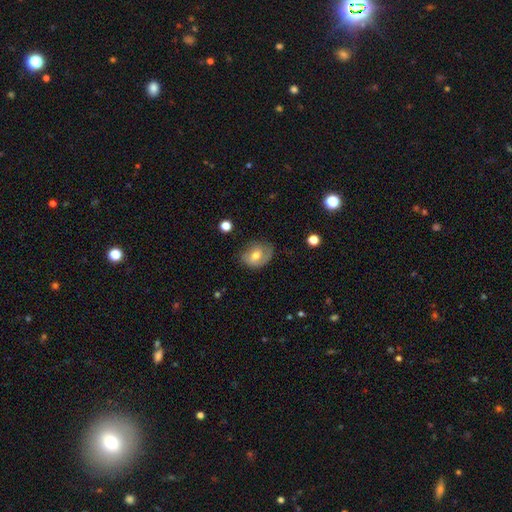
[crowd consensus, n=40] Morphology: type=smooth (52%); roundness=in between (81%); merging=none (65%).